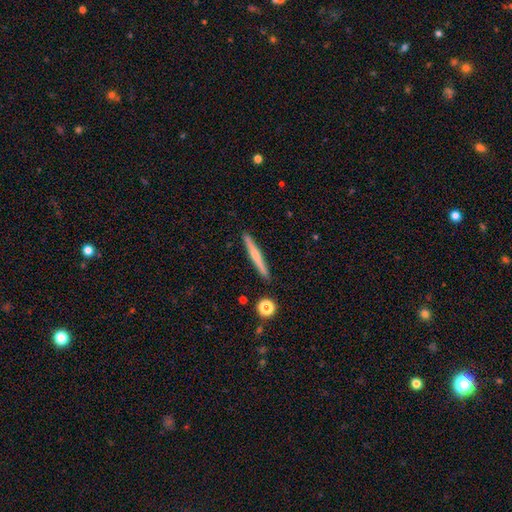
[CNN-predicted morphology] A smooth galaxy with no disk features (48%).

Vote fractions:
- Smooth or featured? smooth: 48% / featured or disk: 46% / star or artifact: 6%
- Merging? none: 90% / minor disturbance: 7% / merger: 2% / major disturbance: 1%